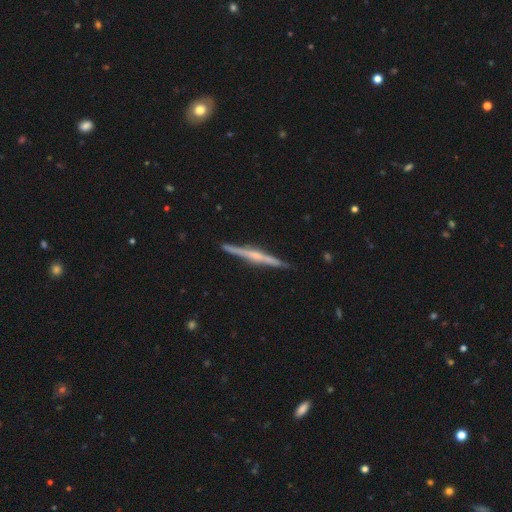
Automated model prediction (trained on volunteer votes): Morphology: type=featured or disk (77%); edge-on=yes (98%); edge-on bulge=rounded (61%); merging=none (91%).